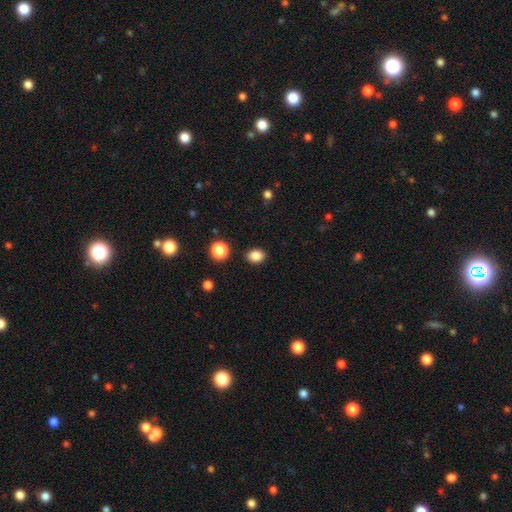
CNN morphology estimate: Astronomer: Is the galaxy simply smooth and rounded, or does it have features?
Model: smooth — 85%.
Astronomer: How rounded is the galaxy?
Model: in between — 52% (runner-up: round, 47%).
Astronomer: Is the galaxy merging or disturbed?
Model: none — 88%.